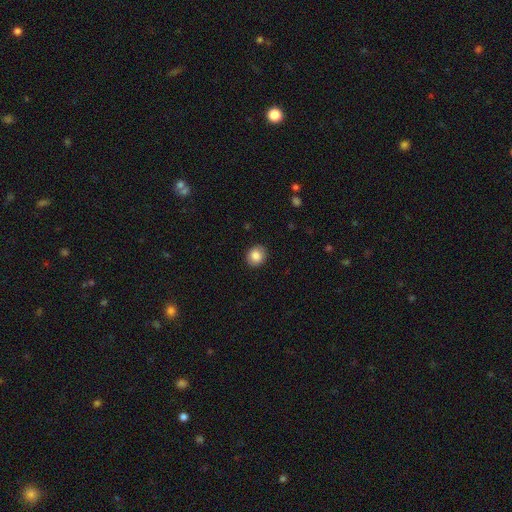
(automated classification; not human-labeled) smooth_or_featured: smooth (p=0.85) [alt: star or artifact p=0.08]
how_rounded: round (p=0.78) [alt: in between p=0.21]
merging: none (p=0.90) [alt: minor disturbance p=0.07]